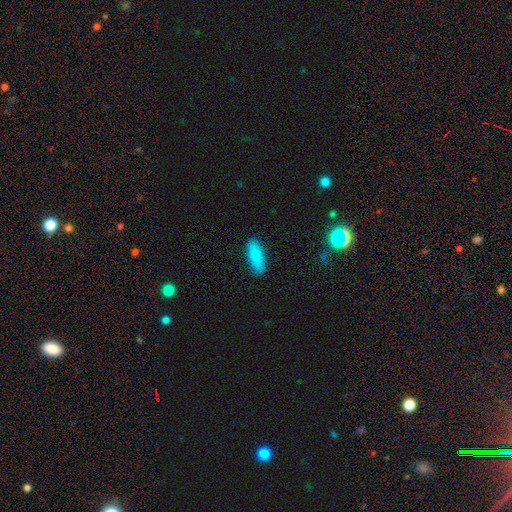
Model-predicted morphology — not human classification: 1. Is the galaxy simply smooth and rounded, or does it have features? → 88% smooth, 6% star or artifact, 6% featured or disk.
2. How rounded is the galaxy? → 67% in between, 31% cigar-shaped, 2% round.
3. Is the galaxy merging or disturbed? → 86% none, 10% minor disturbance, 2% major disturbance, 1% merger.